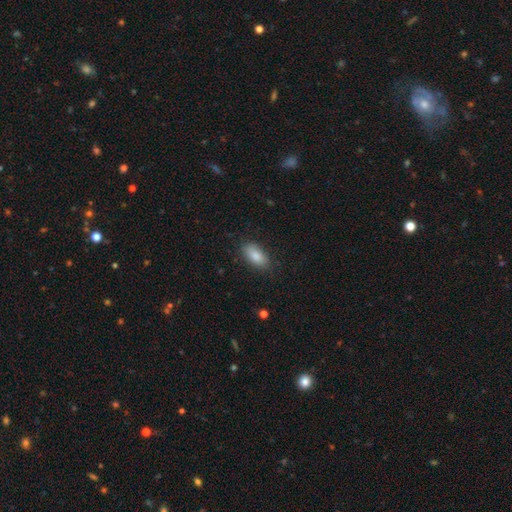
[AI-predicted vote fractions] smooth 85%, featured or disk 8%, star or artifact 7%. Down the decision tree: how rounded — in between (89%); merging — none (83%).